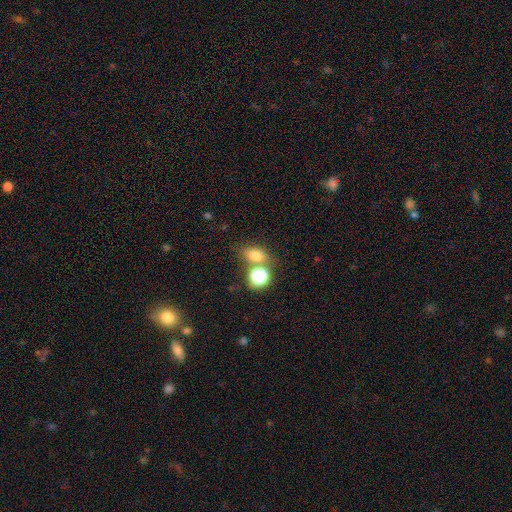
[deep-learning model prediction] Overall: smooth (73%). How rounded: in between (62%; round 36%). Merging: none (62%; merger 22%).